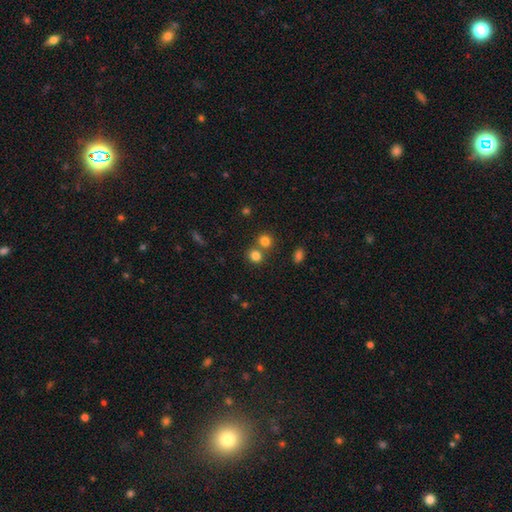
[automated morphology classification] The model was most divided on "merging": none: 58%, merger: 32%, minor disturbance: 7%, major disturbance: 3%. More confident: how rounded — round (82%); smooth or featured — smooth (80%).